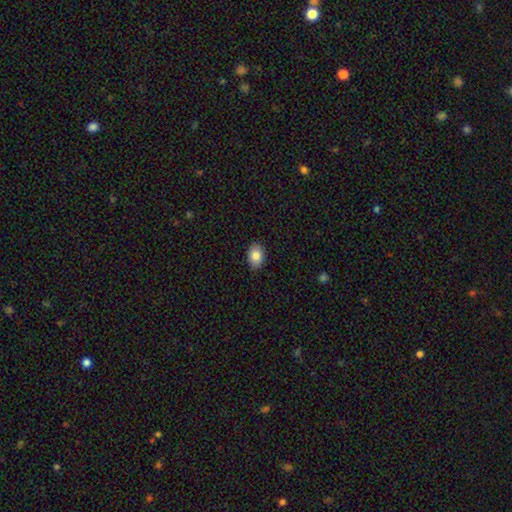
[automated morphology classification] Overall: smooth (84%). How rounded: in between (78%). Merging: none (88%).